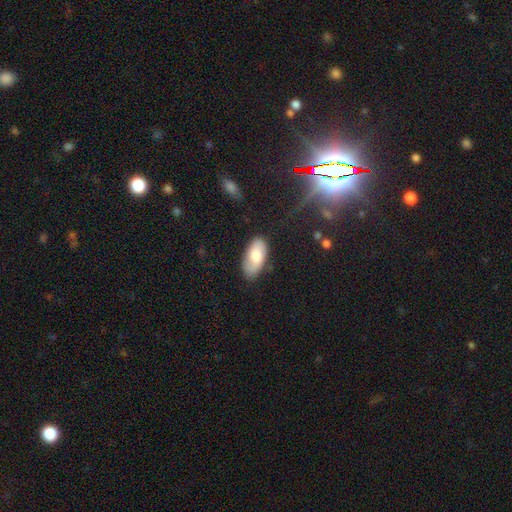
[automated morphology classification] Overall: smooth (66%; featured or disk 28%). How rounded: in between (93%). Merging: none (77%).